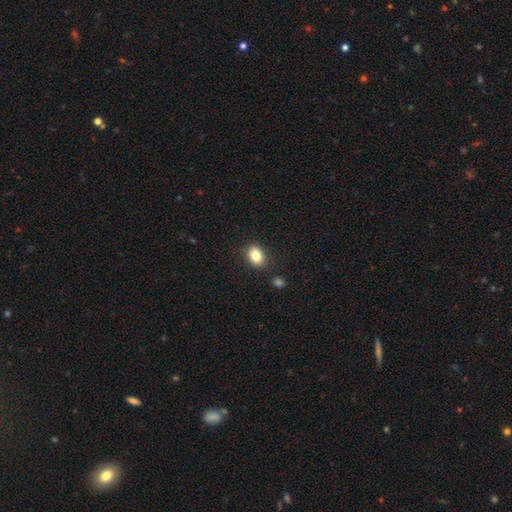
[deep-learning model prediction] Smooth or featured?
  - smooth: 84% *
  - star or artifact: 9%
  - featured or disk: 7%
How rounded?
  - in between: 75% *
  - round: 24%
  - cigar-shaped: 1%
Merging?
  - none: 85% *
  - minor disturbance: 9%
  - merger: 3%
  - major disturbance: 3%